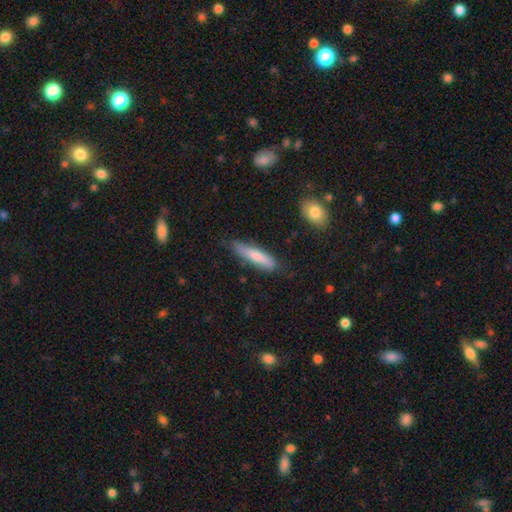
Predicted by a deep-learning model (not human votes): The model was most divided on "smooth or featured": smooth: 70%, featured or disk: 24%, star or artifact: 6%. More confident: how rounded — cigar-shaped (80%); merging — none (72%).